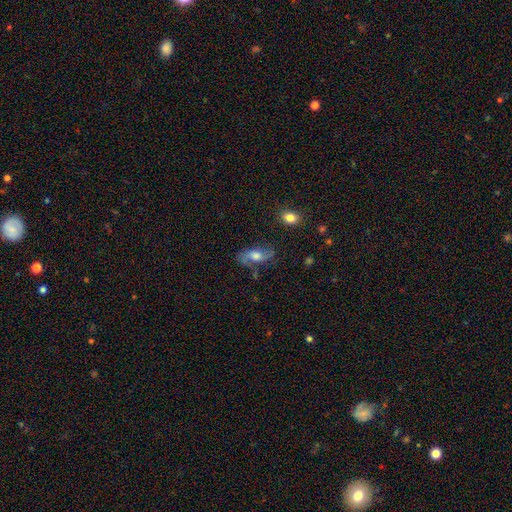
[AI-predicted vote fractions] featured or disk 53%, smooth 38%, star or artifact 9%. Down the decision tree: edge-on disk — no (86%); merging — none (64%).